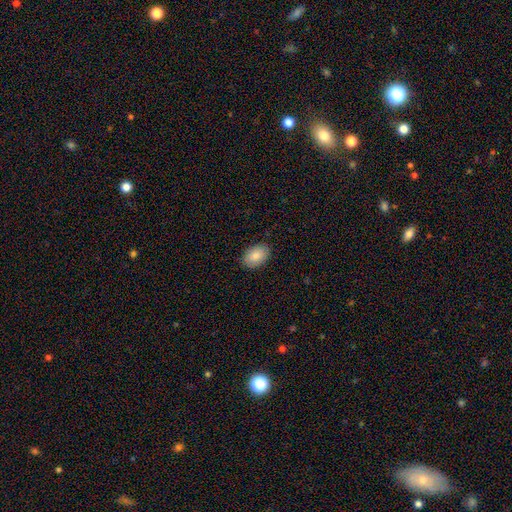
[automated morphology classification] This is clearly a smooth galaxy (87%). How rounded: clearly in between (87%). Merging: clearly none (88%).